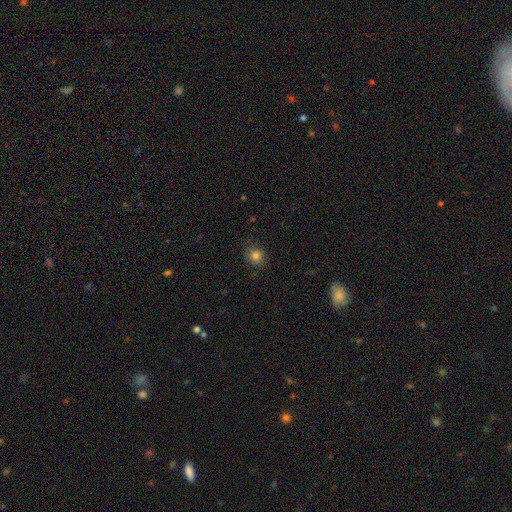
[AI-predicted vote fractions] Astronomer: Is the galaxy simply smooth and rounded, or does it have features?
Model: smooth — 80%.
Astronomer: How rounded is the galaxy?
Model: round — 71%.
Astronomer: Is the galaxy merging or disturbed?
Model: none — 79%.